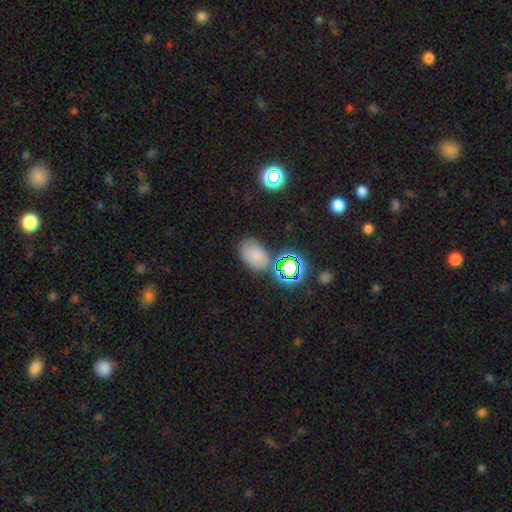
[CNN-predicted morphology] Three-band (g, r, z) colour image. It shows a smooth galaxy with no disk features (67%) that is in between round and cigar-shaped (80%). Merging: none (67%).